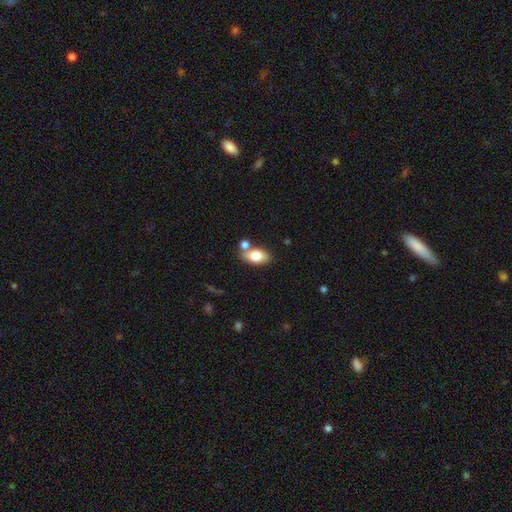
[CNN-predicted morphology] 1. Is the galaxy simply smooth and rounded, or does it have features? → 77% smooth, 15% featured or disk, 8% star or artifact.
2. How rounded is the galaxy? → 88% in between, 9% round, 2% cigar-shaped.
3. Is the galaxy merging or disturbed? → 64% none, 20% merger, 13% minor disturbance, 4% major disturbance.